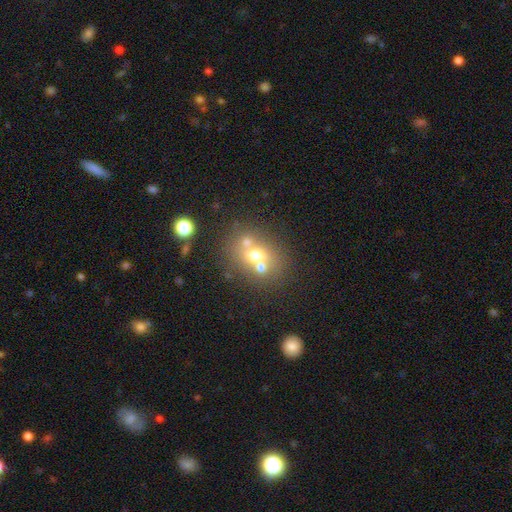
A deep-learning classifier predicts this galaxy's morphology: Smooth or featured? Predicted: smooth (p=0.60). How rounded? Predicted: round (p=0.59). Merging? Predicted: none (p=0.47).